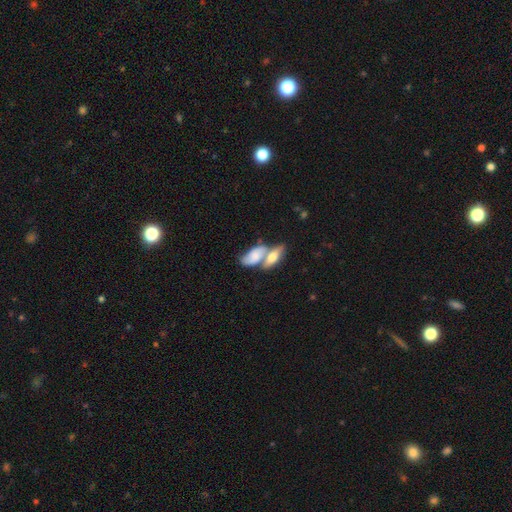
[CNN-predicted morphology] smooth_or_featured: smooth (p=0.57) [alt: featured or disk p=0.36]
how_rounded: in between (p=0.85) [alt: cigar-shaped p=0.11]
merging: merger (p=0.64) [alt: none p=0.22]